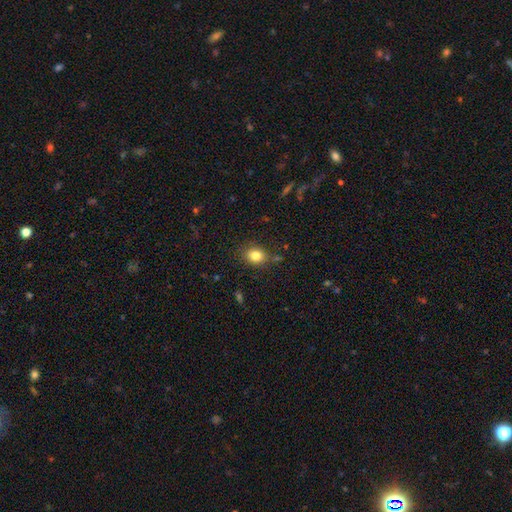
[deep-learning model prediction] smooth_or_featured: smooth (p=0.82) [alt: star or artifact p=0.11]
how_rounded: in between (p=0.55) [alt: round p=0.44]
merging: none (p=0.80) [alt: minor disturbance p=0.14]